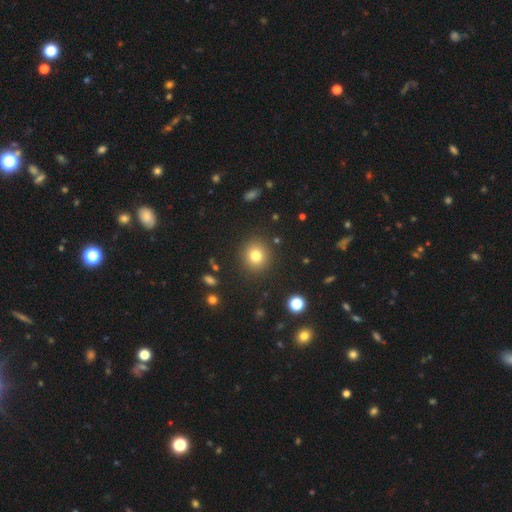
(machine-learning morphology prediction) Overall: smooth (78%). How rounded: round (89%). Merging: none (90%).